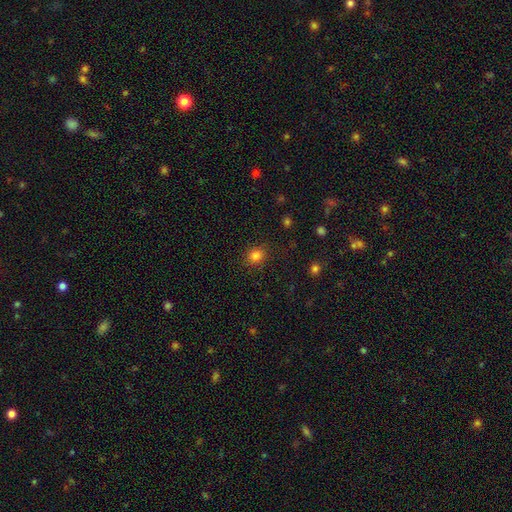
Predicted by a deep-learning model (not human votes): This appears to be a smooth galaxy with no disk features (84%) that is round (79%). Merging: none (87%).